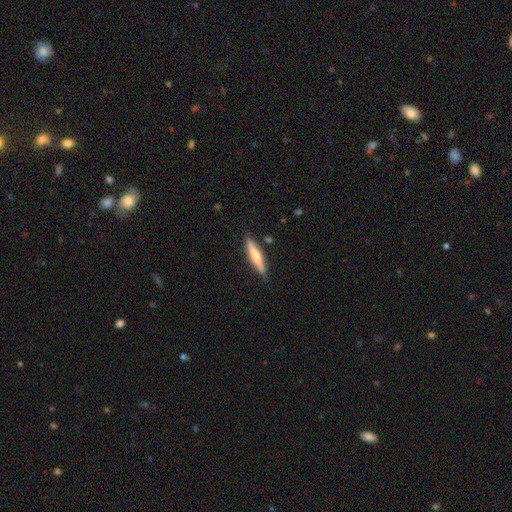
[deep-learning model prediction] This appears to be a smooth galaxy with no disk features (50%) that is cigar-shaped (86%). Merging: none (84%).